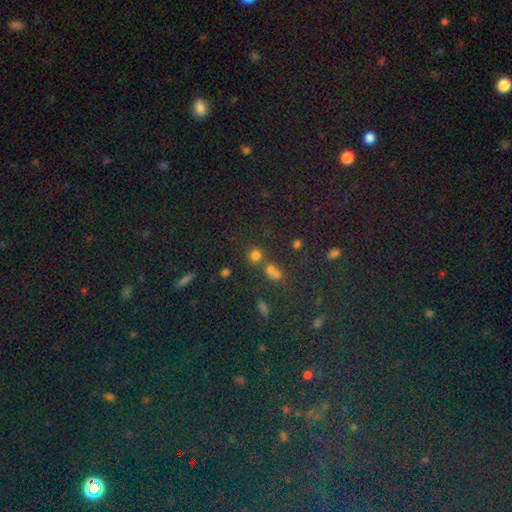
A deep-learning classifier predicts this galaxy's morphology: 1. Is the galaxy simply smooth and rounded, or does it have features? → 70% smooth, 23% star or artifact, 7% featured or disk.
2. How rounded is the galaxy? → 87% round, 12% in between, 1% cigar-shaped.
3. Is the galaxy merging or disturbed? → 66% none, 21% merger, 9% minor disturbance, 4% major disturbance.